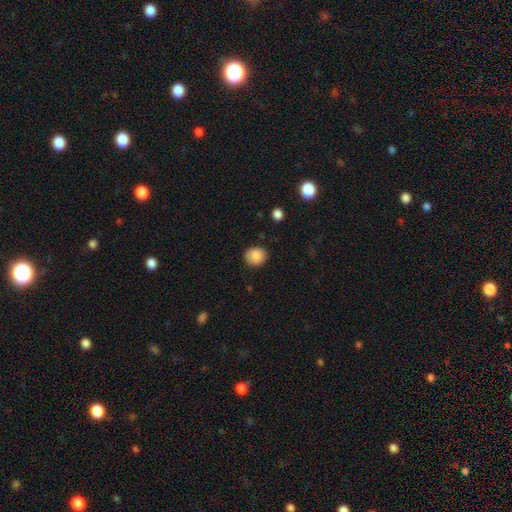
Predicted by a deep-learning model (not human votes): Smooth or featured?
  - smooth: 85% *
  - star or artifact: 8%
  - featured or disk: 6%
How rounded?
  - round: 80% *
  - in between: 19%
  - cigar-shaped: 1%
Merging?
  - none: 89% *
  - minor disturbance: 8%
  - major disturbance: 2%
  - merger: 1%